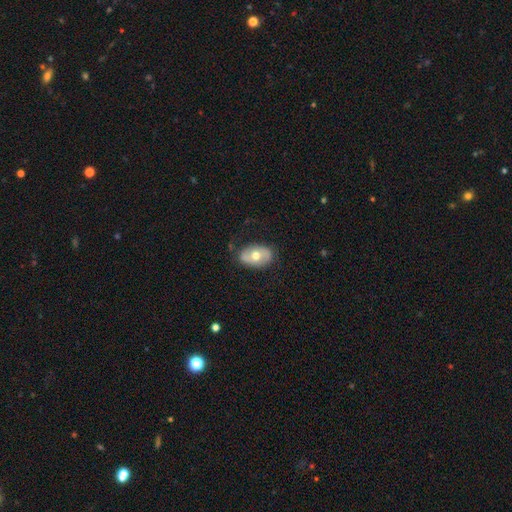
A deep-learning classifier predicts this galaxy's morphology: smooth 53%, featured or disk 40%, star or artifact 7%. Down the decision tree: how rounded — in between (83%); merging — none (76%).